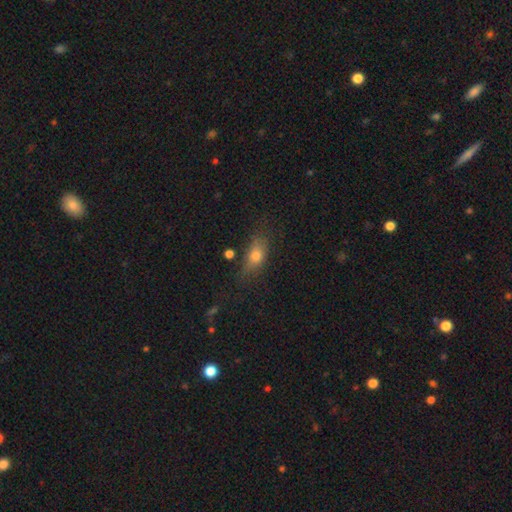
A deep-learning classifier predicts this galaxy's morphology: A smooth galaxy with no disk features (70%) that is in between round and cigar-shaped (73%).

Vote fractions:
- Smooth or featured? smooth: 70% / featured or disk: 18% / star or artifact: 11%
- How rounded? in between: 73% / cigar-shaped: 15% / round: 12%
- Merging? none: 66% / minor disturbance: 22% / major disturbance: 8% / merger: 4%